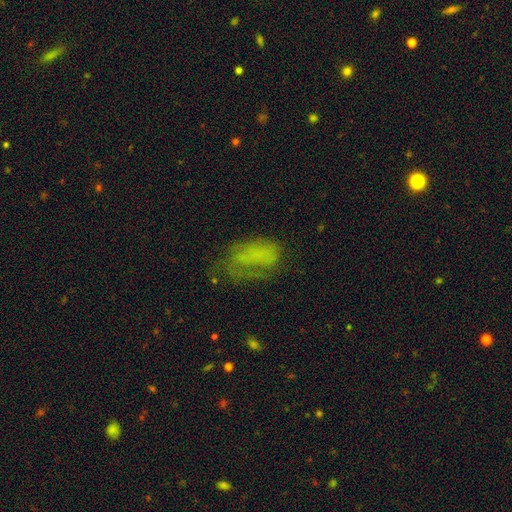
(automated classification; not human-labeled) Overall: smooth (53%; featured or disk 30%). How rounded: in between (88%). Merging: none (37%; major disturbance 35%).